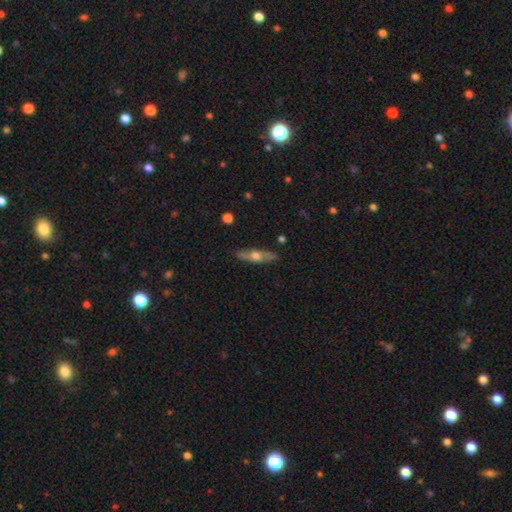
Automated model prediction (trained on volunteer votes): smooth-or-featured: featured or disk: 54% | smooth: 41% | star or artifact: 6%
  disk-edge-on: yes: 79% | no: 21%
  merging: none: 86% | minor disturbance: 10% | major disturbance: 2% | merger: 1%